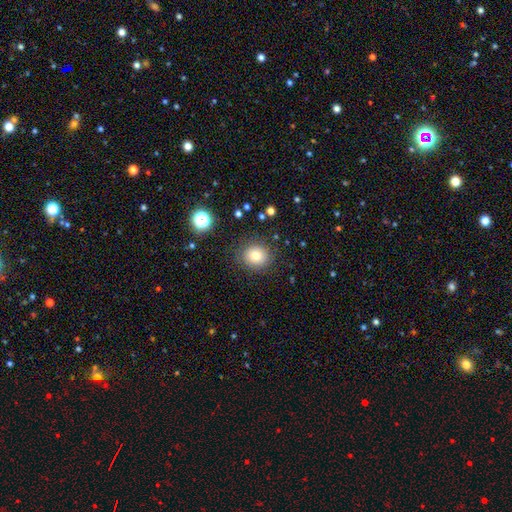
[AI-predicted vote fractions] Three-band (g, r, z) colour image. It shows a smooth galaxy with no disk features (77%) that is round (79%). Merging: none (84%).